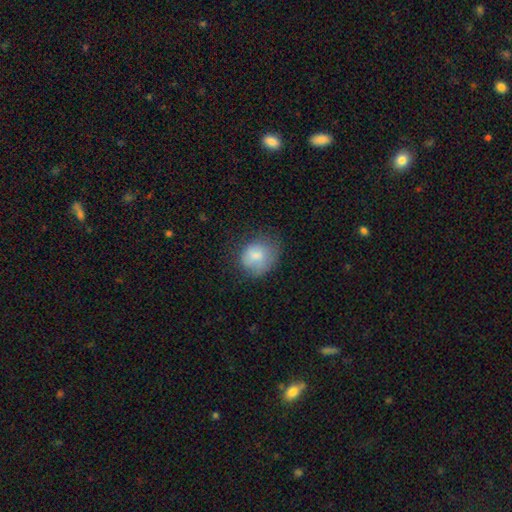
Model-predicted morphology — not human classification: Smooth or featured? smooth (77%)
How rounded? round (66%)
Merging? none (54%)